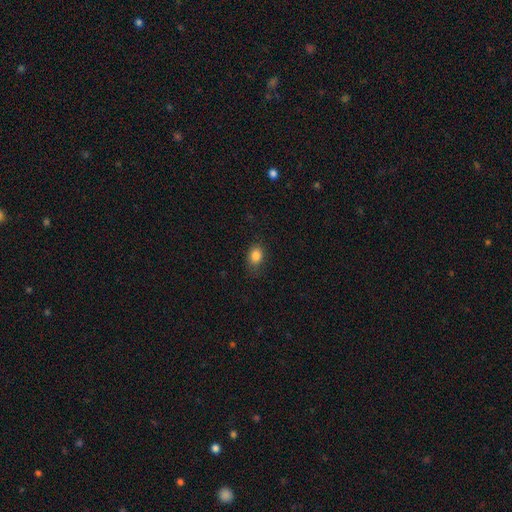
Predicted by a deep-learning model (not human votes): Overall: smooth (85%). How rounded: in between (66%; round 32%). Merging: none (79%).